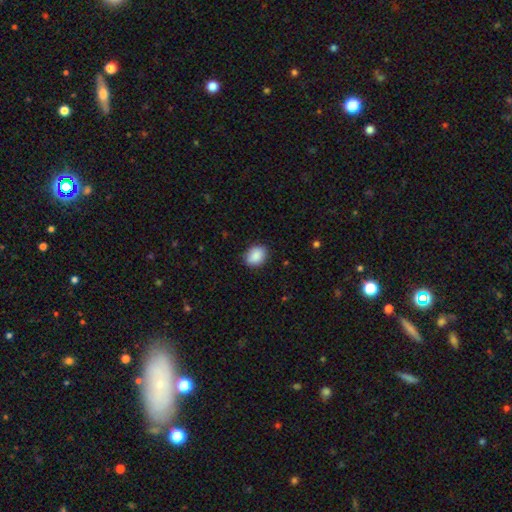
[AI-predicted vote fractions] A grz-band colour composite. It shows a smooth galaxy with no disk features (88%) that is in between round and cigar-shaped (60%). Merging: none (86%).